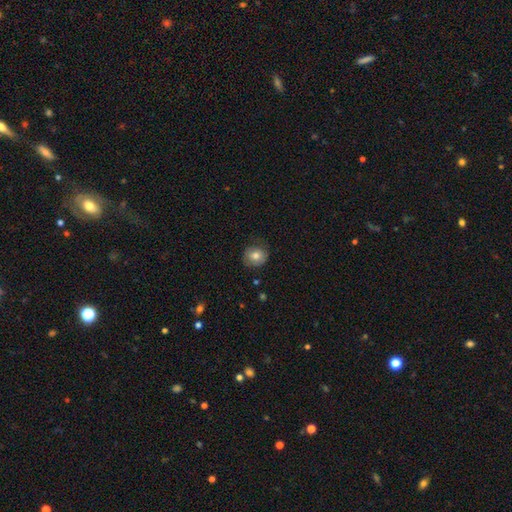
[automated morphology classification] Smooth or featured: smooth — 76% (featured or disk — 16%)
How rounded: round — 78% (in between — 21%)
Merging: none — 75% (minor disturbance — 18%)